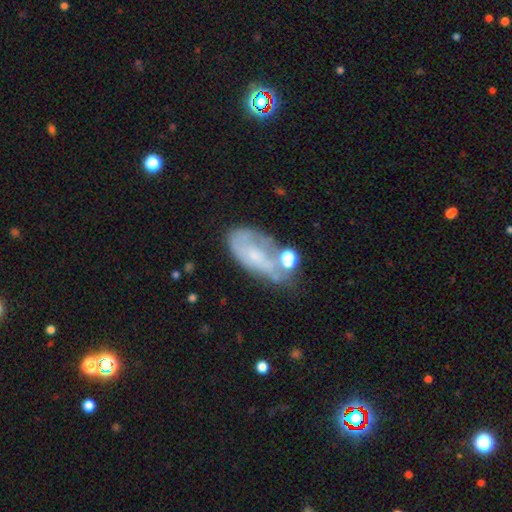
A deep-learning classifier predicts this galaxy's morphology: smooth-or-featured: featured or disk: 48% | smooth: 42% | star or artifact: 10%
  merging: none: 35% | minor disturbance: 27% | major disturbance: 20% | merger: 17%